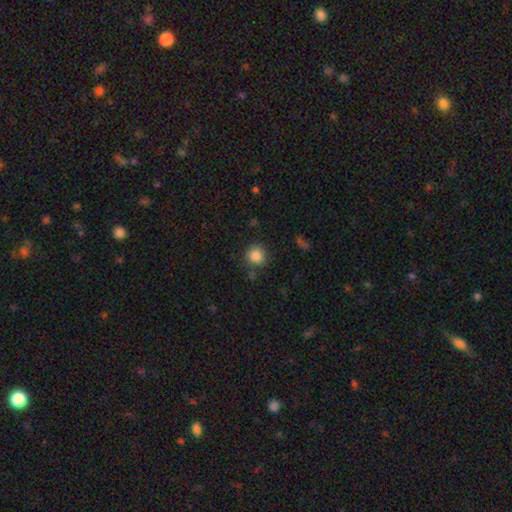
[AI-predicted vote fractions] Smooth or featured? Predicted: smooth (p=0.86). How rounded? Predicted: round (p=0.90). Merging? Predicted: none (p=0.83).